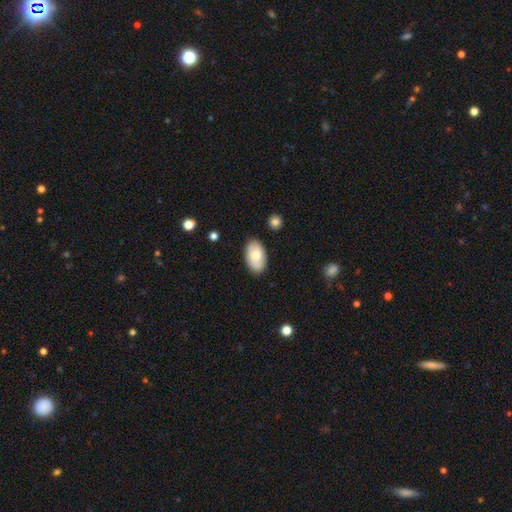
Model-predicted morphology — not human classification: This is likely a smooth galaxy (71%). How rounded: clearly in between (94%). Merging: clearly none (84%).